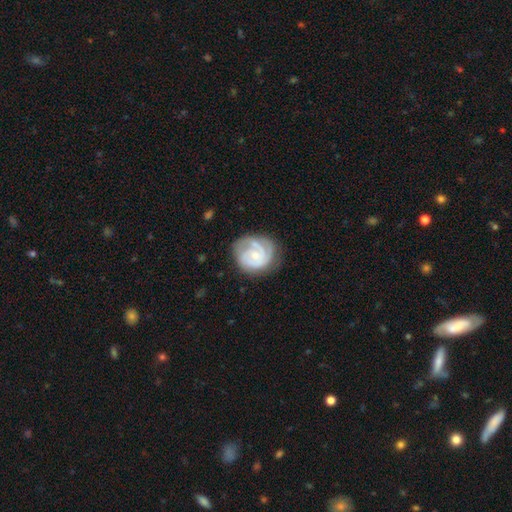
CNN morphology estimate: Smooth or featured? Predicted: featured or disk (p=0.78). Edge-on disk? Predicted: no (p=0.98). Bar? Predicted: no (p=0.70). Spiral arms? Predicted: yes (p=0.93). Spiral winding? Predicted: tight (p=0.66). Spiral arm count? Predicted: 2 (p=0.33). Bulge size? Predicted: small (p=0.65). Merging? Predicted: none (p=0.66).